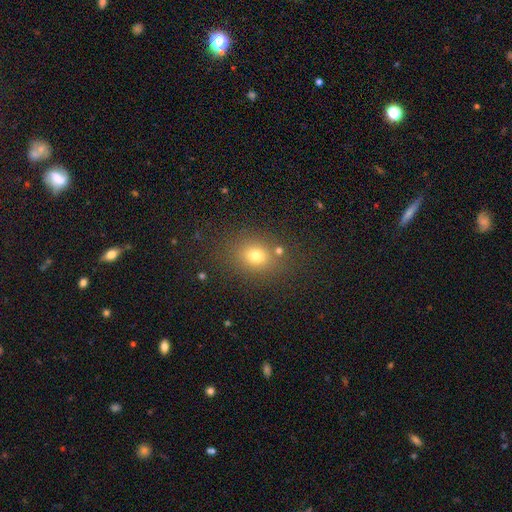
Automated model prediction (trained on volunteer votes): Overall: smooth (73%). How rounded: round (54%; in between 45%). Merging: none (78%).